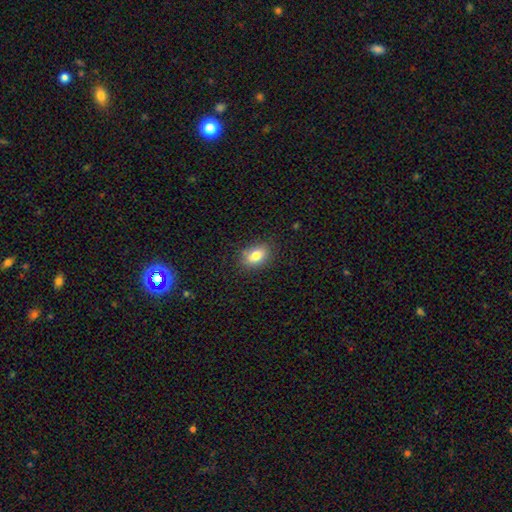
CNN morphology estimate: Smooth or featured? smooth (79%)
How rounded? in between (82%)
Merging? none (83%)